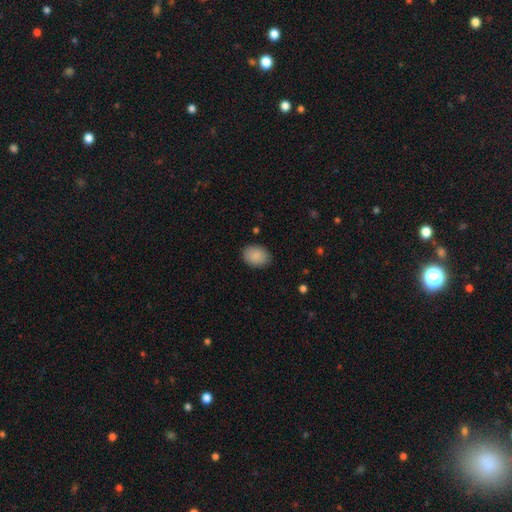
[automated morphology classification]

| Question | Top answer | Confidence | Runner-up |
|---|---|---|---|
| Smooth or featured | smooth | 89% | star or artifact (7%) |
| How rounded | in between | 71% | round (28%) |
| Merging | none | 87% | minor disturbance (10%) |